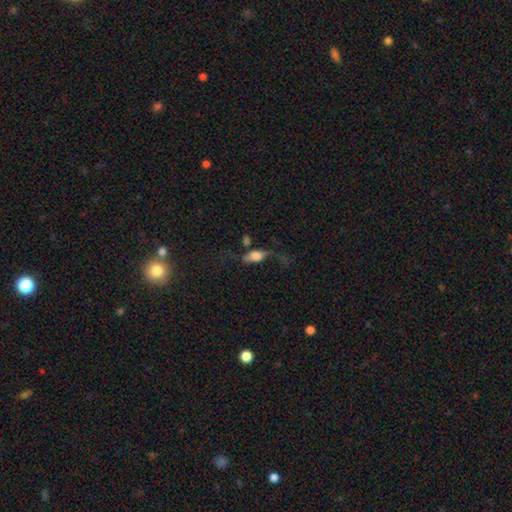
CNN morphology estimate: Smooth or featured: smooth — 54% (featured or disk — 36%)
How rounded: in between — 75% (cigar-shaped — 16%)
Merging: none — 37% (major disturbance — 32%)